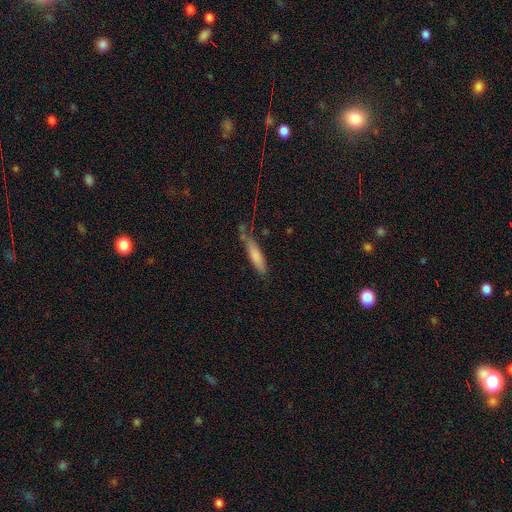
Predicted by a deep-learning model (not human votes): Morphology: type=smooth (76%); roundness=cigar-shaped (78%); merging=none (53%).